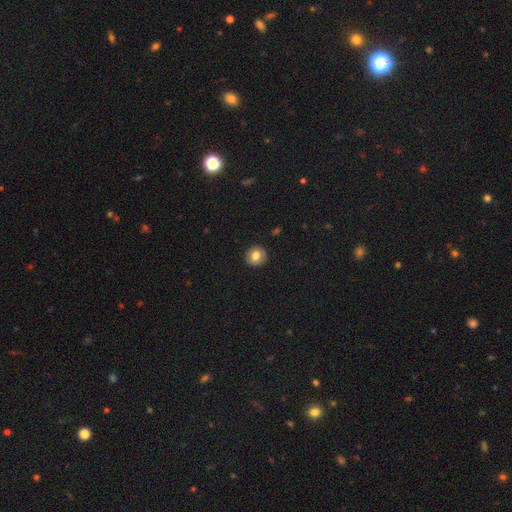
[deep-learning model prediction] smooth_or_featured: smooth (p=0.80) [alt: featured or disk p=0.11]
how_rounded: round (p=0.88) [alt: in between p=0.11]
merging: none (p=0.92) [alt: minor disturbance p=0.06]